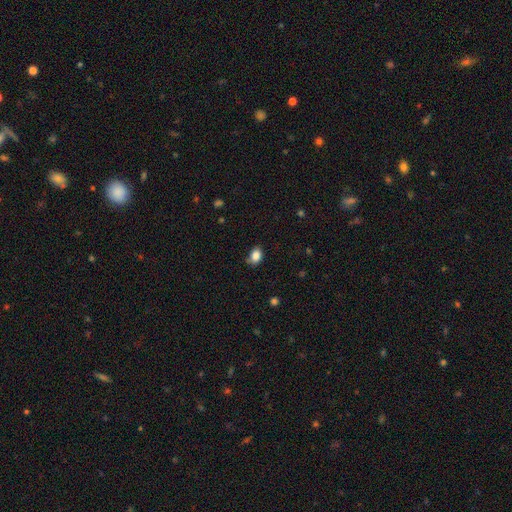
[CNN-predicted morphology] A smooth galaxy with no disk features (85%) that is in between round and cigar-shaped (74%).

Vote fractions:
- Smooth or featured? smooth: 85% / star or artifact: 9% / featured or disk: 5%
- How rounded? in between: 74% / round: 25% / cigar-shaped: 1%
- Merging? none: 74% / minor disturbance: 20% / major disturbance: 4% / merger: 3%